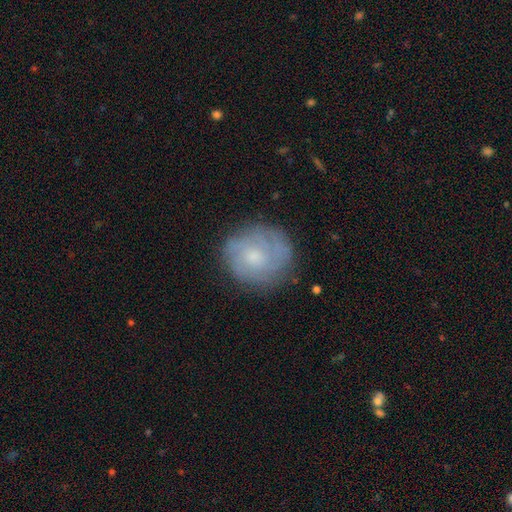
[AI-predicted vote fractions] Smooth or featured: featured or disk — 58% (smooth — 35%)
Edge-on disk: no — 98% (yes — 2%)
Bar: no — 76% (weak — 22%)
Spiral arms: yes — 80% (no — 20%)
Bulge size: small — 46% (moderate — 39%)
Merging: none — 75% (minor disturbance — 17%)